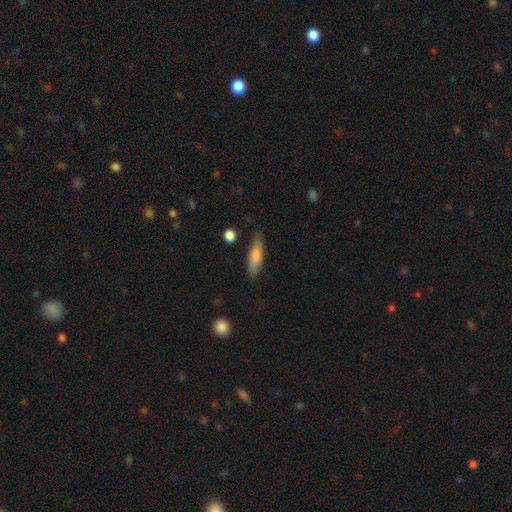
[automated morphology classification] A smooth galaxy with no disk features (75%) that is cigar-shaped (60%). Merging: none (78%).